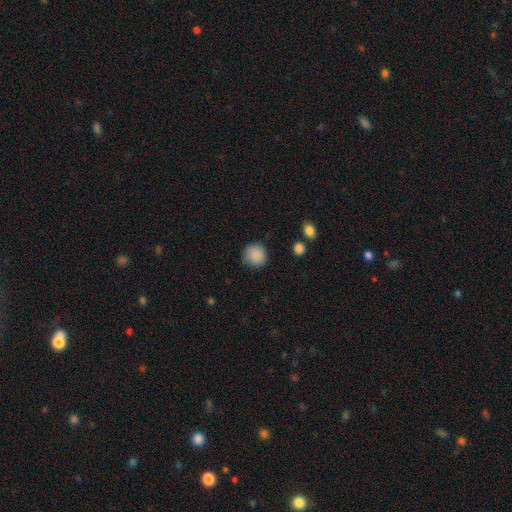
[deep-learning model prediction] smooth-or-featured: smooth: 88% | star or artifact: 8% | featured or disk: 4%
  how-rounded: round: 92% | in between: 7% | cigar-shaped: 1%
  merging: none: 84% | minor disturbance: 12% | major disturbance: 3% | merger: 1%